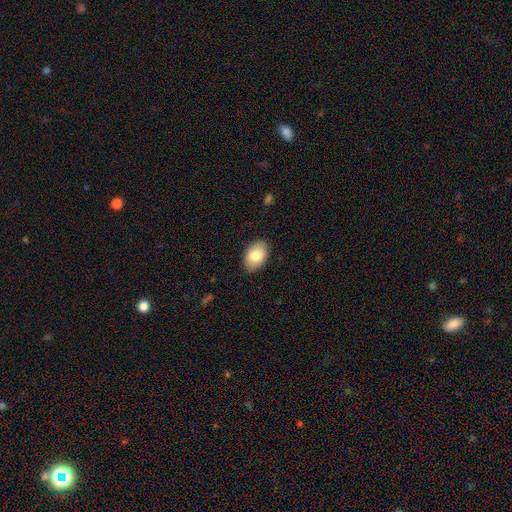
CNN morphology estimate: Smooth or featured: smooth — 82% (featured or disk — 11%)
How rounded: in between — 89% (round — 10%)
Merging: none — 88% (minor disturbance — 9%)